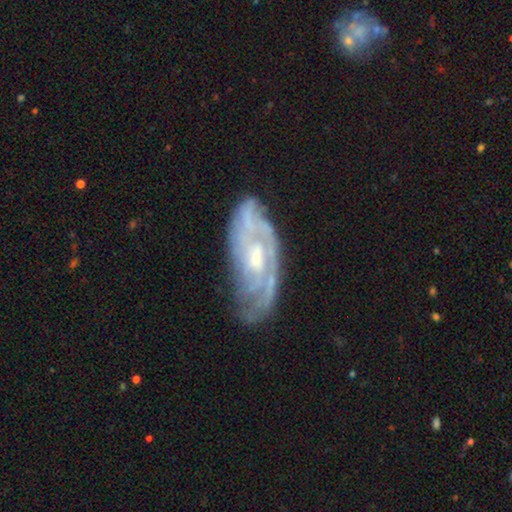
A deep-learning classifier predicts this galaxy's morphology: Smooth or featured? featured or disk (82%)
Edge-on disk? no (90%)
Bar? no (55%)
Spiral arms? yes (91%)
Spiral winding? tight (58%)
Spiral arm count? can't tell (41%)
Bulge size? moderate (55%)
Merging? none (67%)